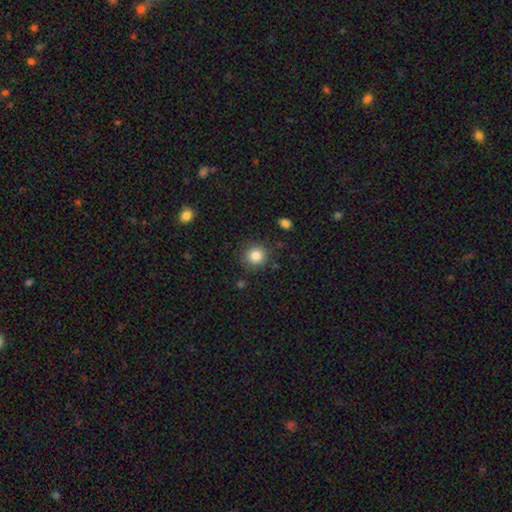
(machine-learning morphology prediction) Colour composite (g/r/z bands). It shows a smooth galaxy with no disk features (85%) that is round (91%). Merging: none (86%).